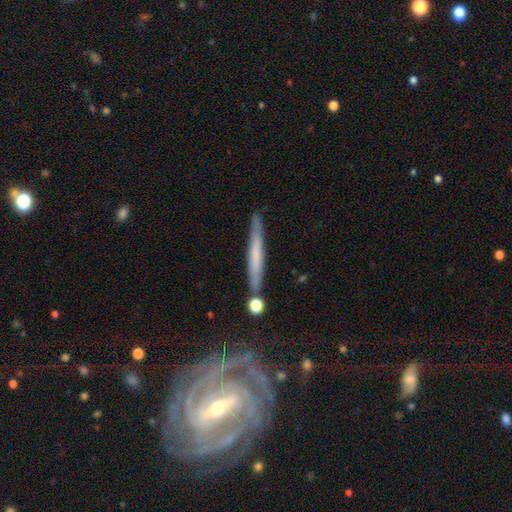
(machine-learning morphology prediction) Smooth or featured: smooth — 49% (featured or disk — 44%)
Merging: none — 82% (minor disturbance — 11%)